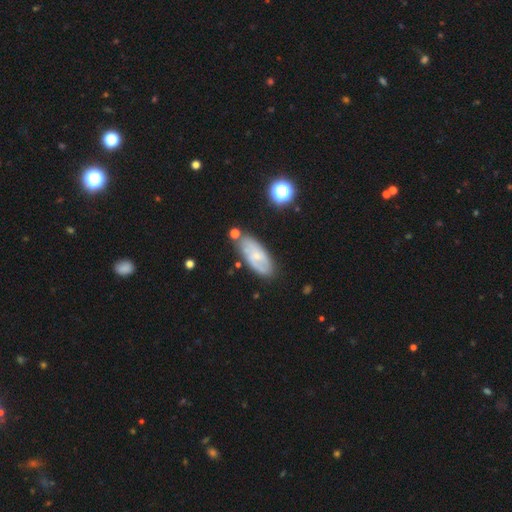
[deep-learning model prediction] Q: Smooth or featured?
A: featured or disk (54%); runner-up: smooth (38%)
Q: Edge-on disk?
A: no (89%); runner-up: yes (11%)
Q: Merging?
A: none (68%); runner-up: minor disturbance (20%)